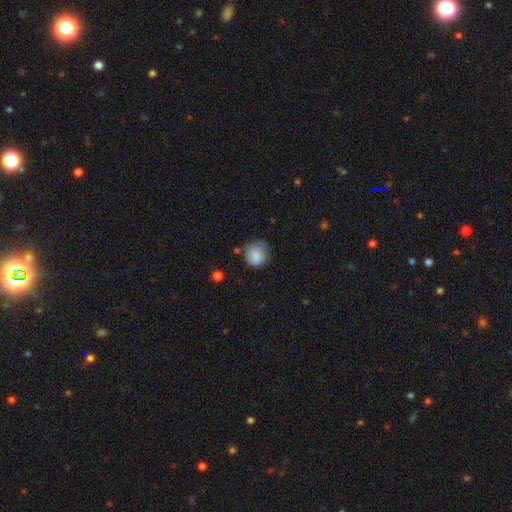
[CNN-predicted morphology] A smooth galaxy with no disk features (82%) that is round (84%).

Vote fractions:
- Smooth or featured? smooth: 82% / featured or disk: 10% / star or artifact: 8%
- How rounded? round: 84% / in between: 15% / cigar-shaped: 1%
- Merging? none: 64% / minor disturbance: 26% / major disturbance: 7% / merger: 3%